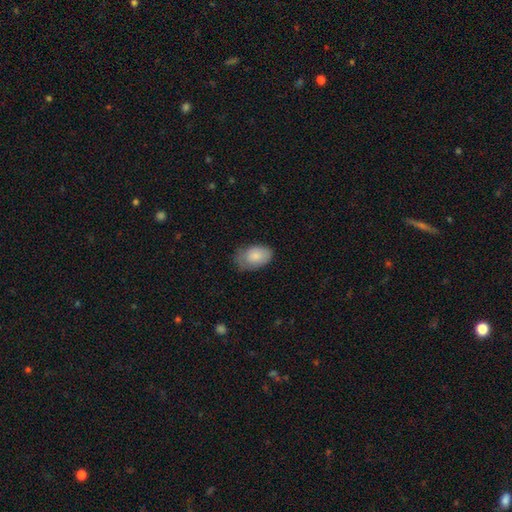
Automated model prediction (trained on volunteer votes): Smooth or featured? Predicted: smooth (p=0.82). How rounded? Predicted: in between (p=0.88). Merging? Predicted: none (p=0.52).